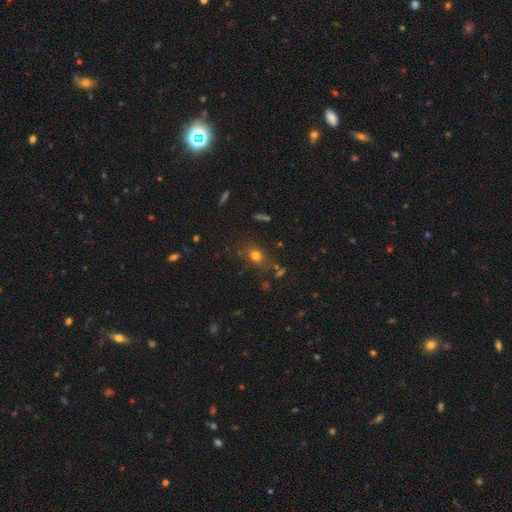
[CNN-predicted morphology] smooth_or_featured: smooth (p=0.71) [alt: star or artifact p=0.18]
how_rounded: round (p=0.52) [alt: in between p=0.45]
merging: none (p=0.75) [alt: minor disturbance p=0.15]